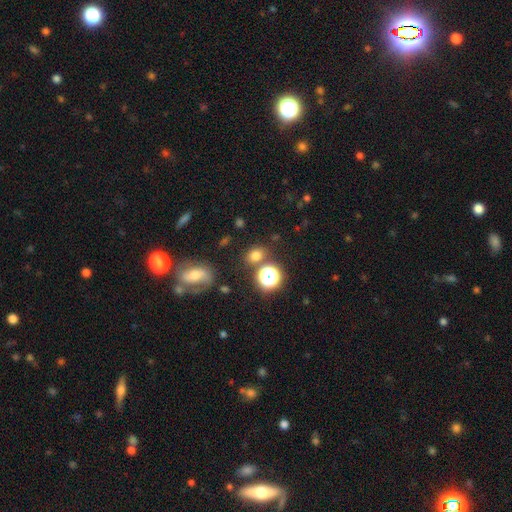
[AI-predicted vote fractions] Overall: smooth (71%). How rounded: round (56%; in between 42%). Merging: none (77%).